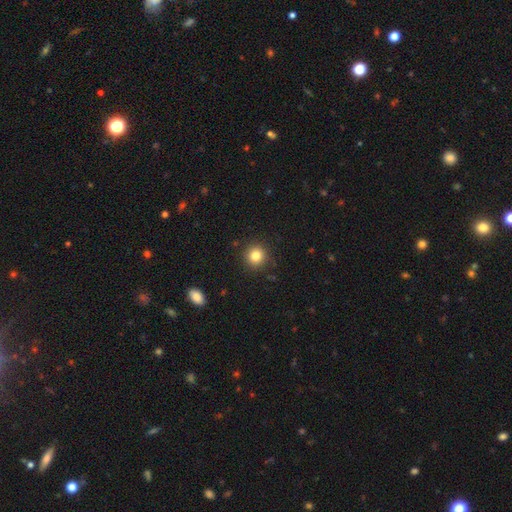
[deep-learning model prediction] Morphology: type=smooth (83%); roundness=round (92%); merging=none (91%).